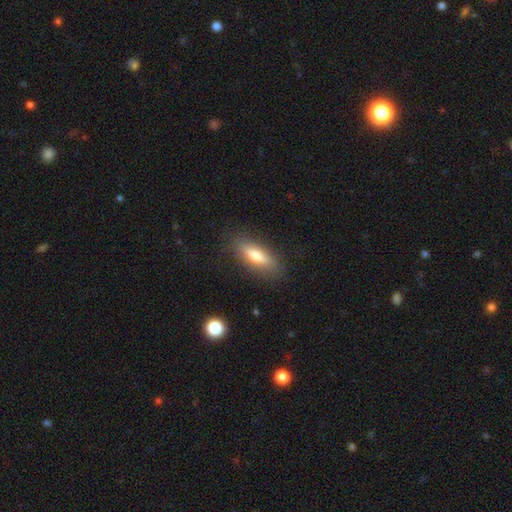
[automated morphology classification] smooth_or_featured: smooth (p=0.73) [alt: featured or disk p=0.20]
how_rounded: in between (p=0.58) [alt: cigar-shaped p=0.39]
merging: none (p=0.84) [alt: minor disturbance p=0.11]